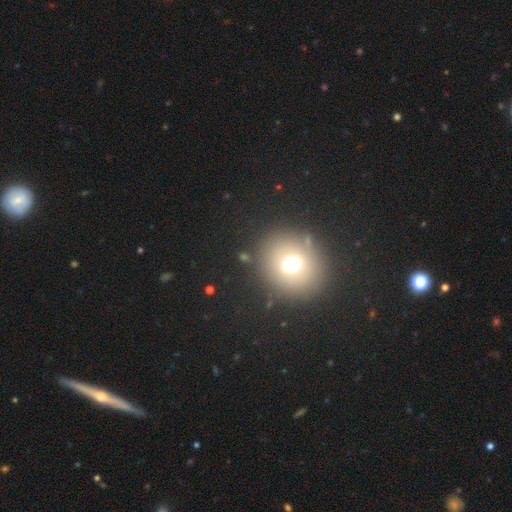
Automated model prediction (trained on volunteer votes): smooth_or_featured: smooth (p=0.59) [alt: star or artifact p=0.25]
how_rounded: round (p=0.90) [alt: in between p=0.09]
merging: none (p=0.89) [alt: minor disturbance p=0.06]